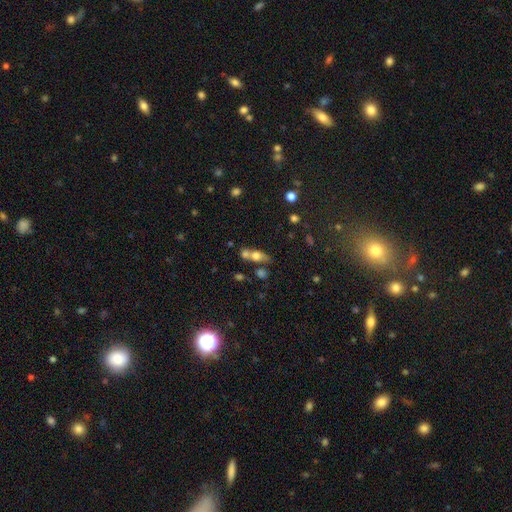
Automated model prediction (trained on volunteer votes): Smooth or featured: smooth — 67% (featured or disk — 21%)
How rounded: in between — 57% (round — 30%)
Merging: merger — 50% (none — 34%)